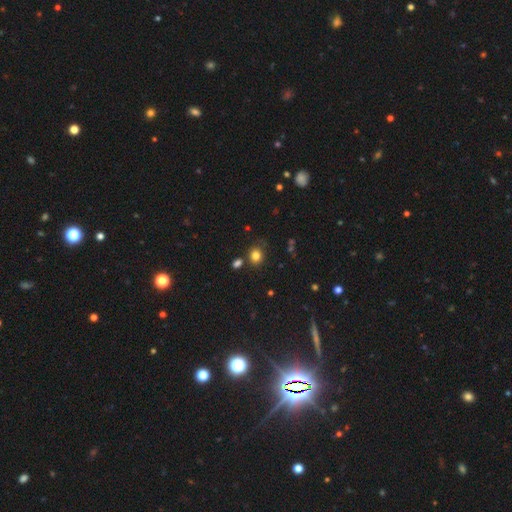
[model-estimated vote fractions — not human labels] Smooth or featured? smooth (81%)
How rounded? round (72%)
Merging? none (78%)